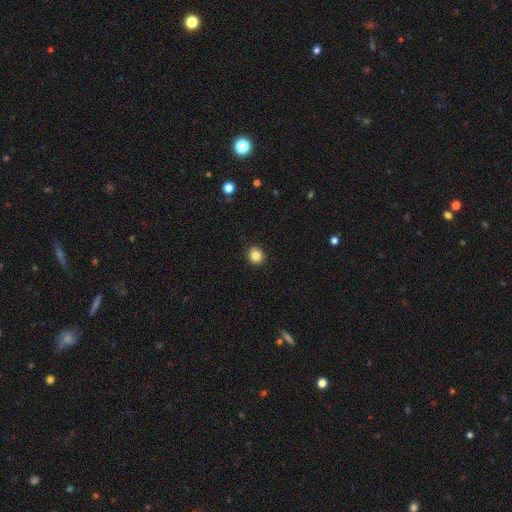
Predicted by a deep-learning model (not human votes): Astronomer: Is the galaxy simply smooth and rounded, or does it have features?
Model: smooth — 84%.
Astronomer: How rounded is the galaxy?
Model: round — 86%.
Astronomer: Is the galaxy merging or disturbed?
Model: none — 89%.